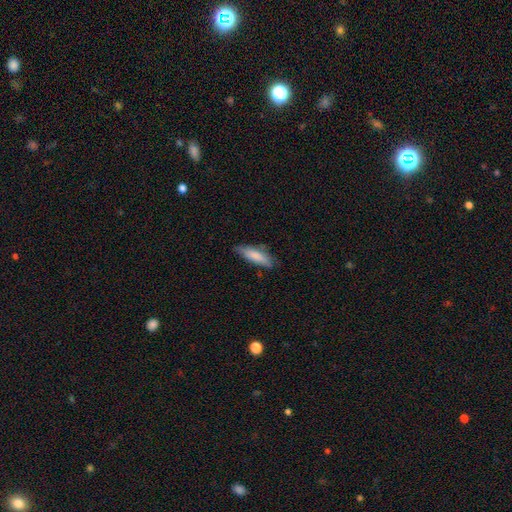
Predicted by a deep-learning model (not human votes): A smooth galaxy with no disk features (82%) that is cigar-shaped (56%).

Vote fractions:
- Smooth or featured? smooth: 82% / featured or disk: 12% / star or artifact: 6%
- How rounded? cigar-shaped: 56% / in between: 43% / round: 1%
- Merging? none: 74% / minor disturbance: 21% / major disturbance: 4% / merger: 2%